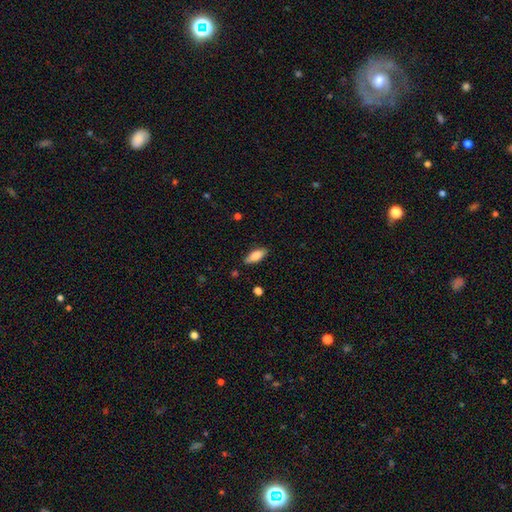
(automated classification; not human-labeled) This is likely a smooth galaxy (79%). How rounded: likely in between (75%). Merging: clearly none (83%).